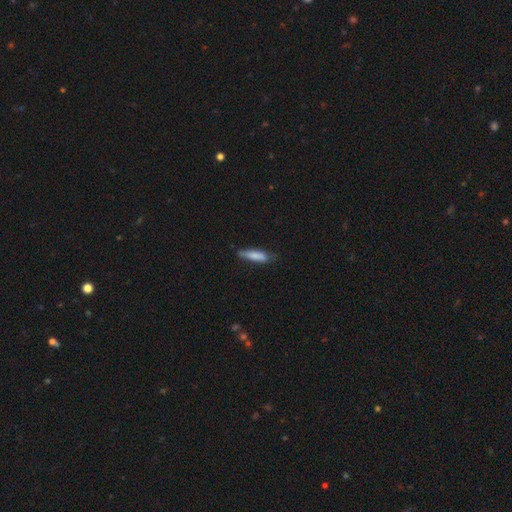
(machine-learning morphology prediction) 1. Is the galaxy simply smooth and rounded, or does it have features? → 77% smooth, 16% featured or disk, 6% star or artifact.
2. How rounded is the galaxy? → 77% cigar-shaped, 22% in between, 1% round.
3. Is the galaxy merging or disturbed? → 67% none, 26% minor disturbance, 5% major disturbance, 2% merger.